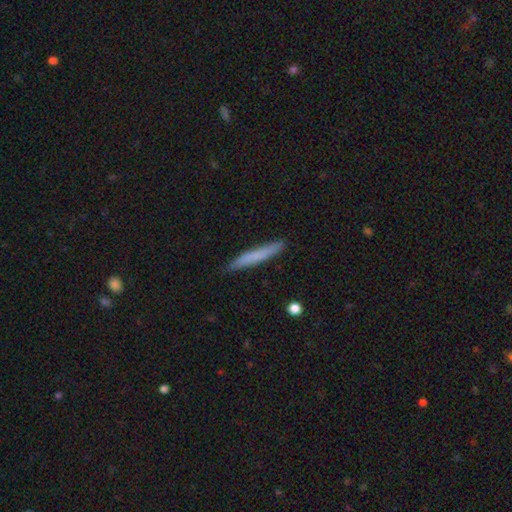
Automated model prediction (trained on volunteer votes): Overall: smooth (70%). How rounded: cigar-shaped (96%). Merging: none (88%).